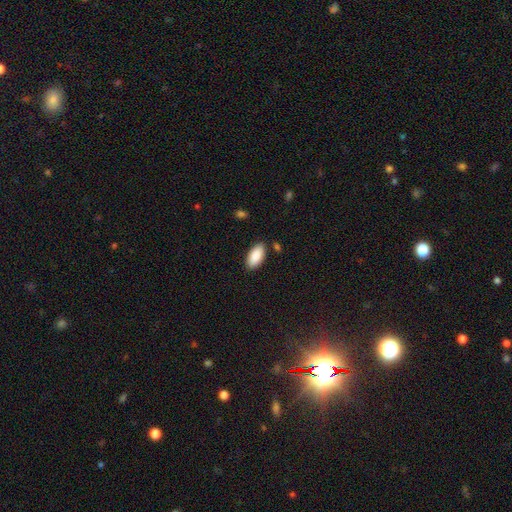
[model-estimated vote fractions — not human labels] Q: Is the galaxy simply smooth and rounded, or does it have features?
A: smooth — 88%.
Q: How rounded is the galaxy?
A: in between — 92%.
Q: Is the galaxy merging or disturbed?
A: none — 85%.